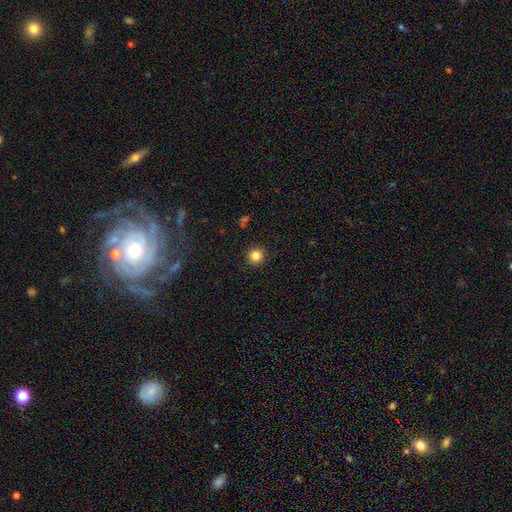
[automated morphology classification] This is clearly a smooth galaxy (83%). How rounded: clearly round (94%). Merging: clearly none (92%).